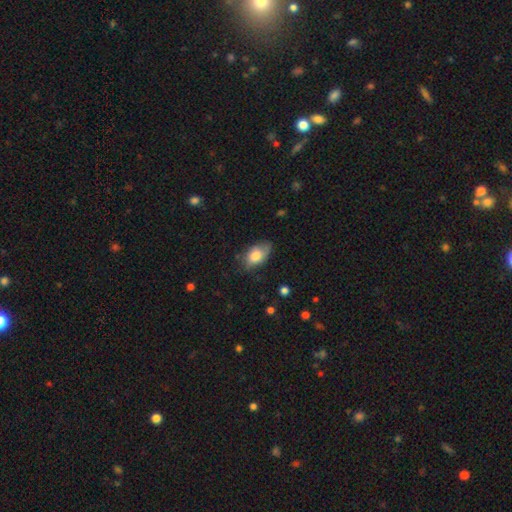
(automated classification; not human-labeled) Smooth or featured? smooth (76%)
How rounded? in between (91%)
Merging? none (63%)